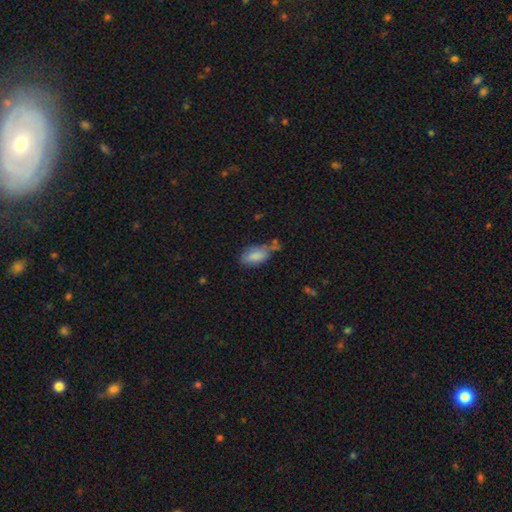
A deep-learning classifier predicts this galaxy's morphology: Smooth or featured: smooth — 82% (featured or disk — 11%)
How rounded: in between — 91% (cigar-shaped — 6%)
Merging: none — 46% (minor disturbance — 30%)